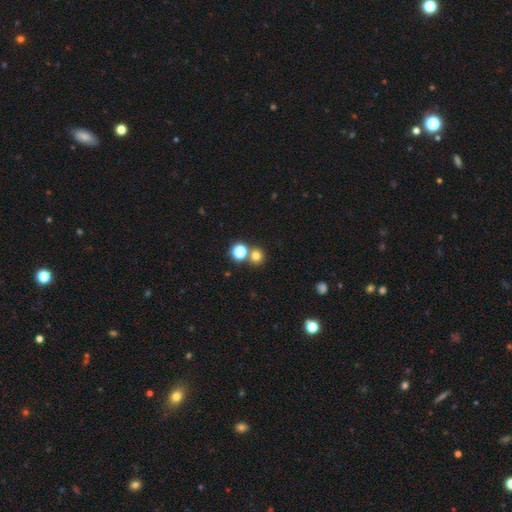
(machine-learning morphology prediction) smooth 74%, star or artifact 19%, featured or disk 7%. Down the decision tree: how rounded — round (90%); merging — none (69%).